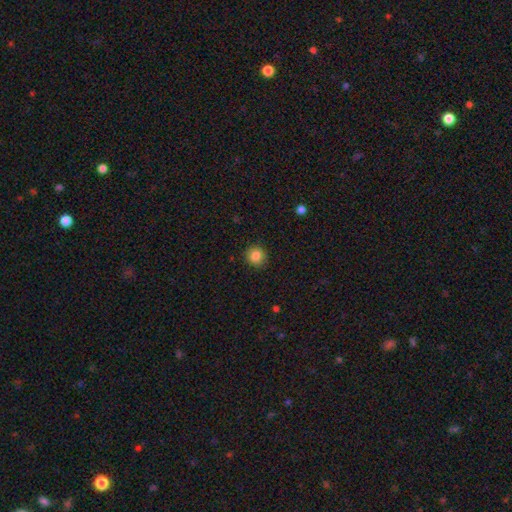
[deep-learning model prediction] smooth-or-featured: smooth: 85% | star or artifact: 10% | featured or disk: 5%
  how-rounded: round: 90% | in between: 9% | cigar-shaped: 1%
  merging: none: 89% | minor disturbance: 7% | major disturbance: 2% | merger: 1%